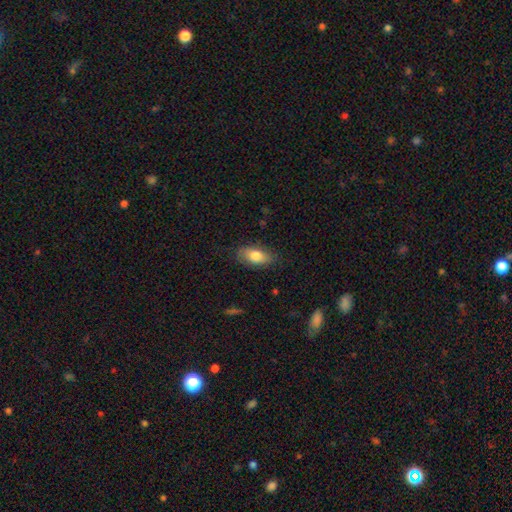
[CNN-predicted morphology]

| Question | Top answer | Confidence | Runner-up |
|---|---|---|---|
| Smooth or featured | smooth | 77% | featured or disk (16%) |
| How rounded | in between | 87% | cigar-shaped (8%) |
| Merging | none | 78% | minor disturbance (17%) |